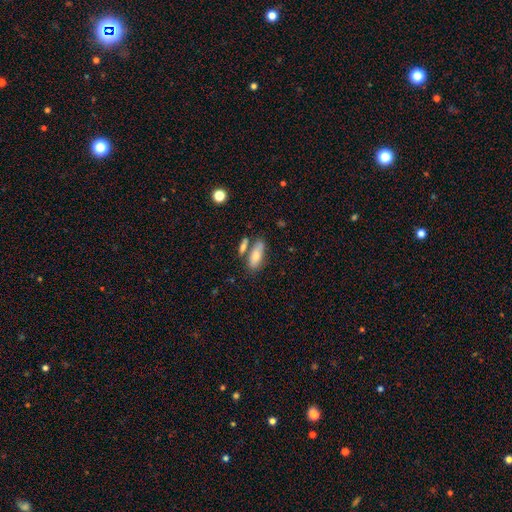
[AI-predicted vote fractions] A smooth galaxy with no disk features (74%) that is in between round and cigar-shaped (73%). Merging: none (58%).